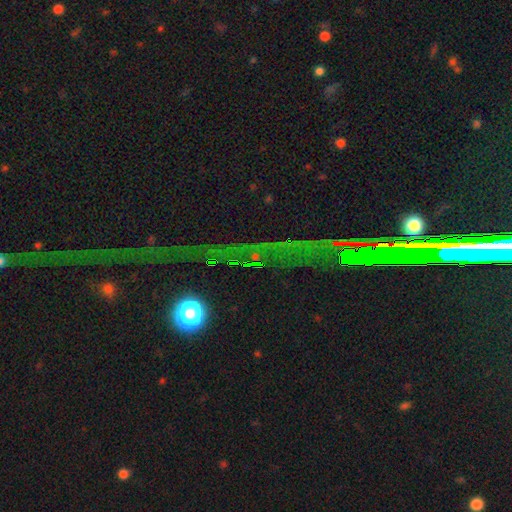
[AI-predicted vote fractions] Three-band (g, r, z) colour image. It shows a star or artifact, not a galaxy (76%).